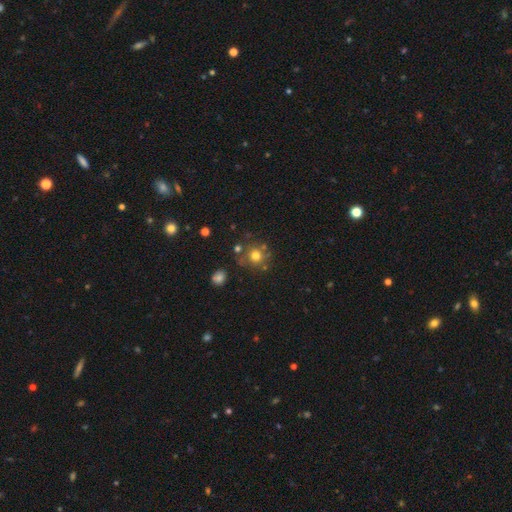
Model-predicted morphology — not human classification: Smooth or featured?
  - smooth: 73% *
  - star or artifact: 15%
  - featured or disk: 12%
How rounded?
  - round: 87% *
  - in between: 12%
  - cigar-shaped: 1%
Merging?
  - none: 71% *
  - minor disturbance: 14%
  - merger: 11%
  - major disturbance: 5%